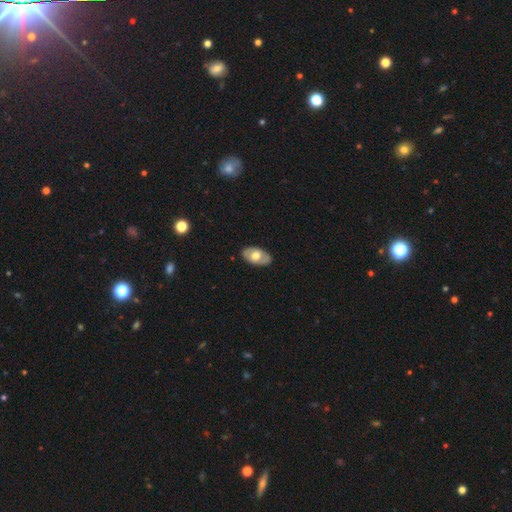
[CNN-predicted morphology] Overall: smooth (51%; featured or disk 43%). How rounded: in between (91%). Merging: none (84%).